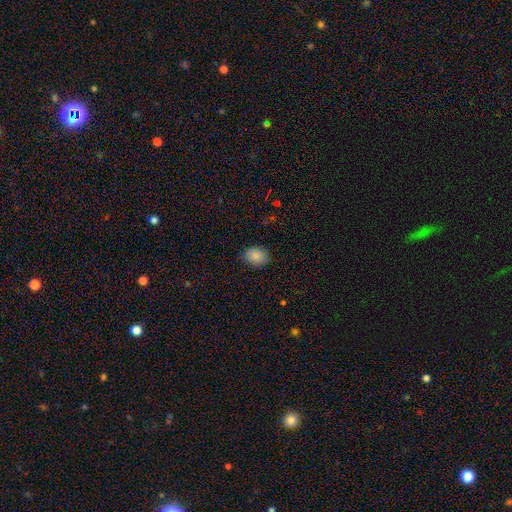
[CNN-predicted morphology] Smooth or featured?
  - smooth: 88% *
  - star or artifact: 8%
  - featured or disk: 4%
How rounded?
  - round: 50% *
  - in between: 49%
  - cigar-shaped: 1%
Merging?
  - none: 83% *
  - minor disturbance: 13%
  - major disturbance: 3%
  - merger: 1%